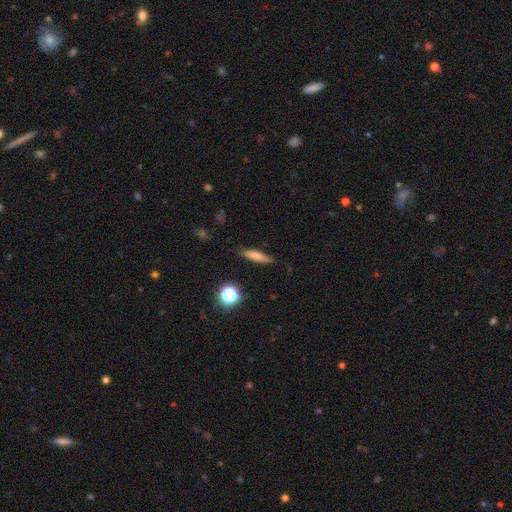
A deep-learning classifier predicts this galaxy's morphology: type=smooth (71%); roundness=cigar-shaped (81%); merging=none (84%).